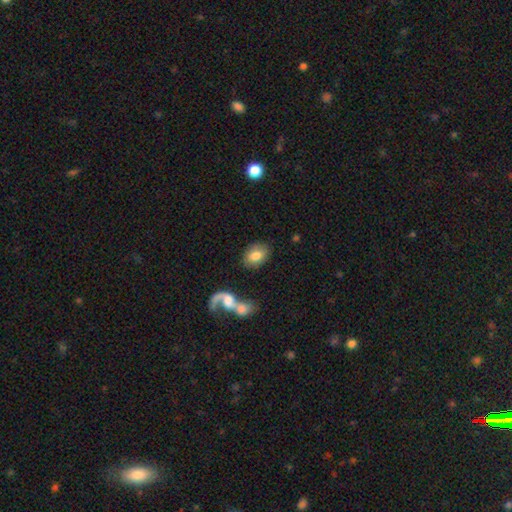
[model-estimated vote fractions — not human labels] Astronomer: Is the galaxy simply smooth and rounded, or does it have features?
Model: smooth — 74%.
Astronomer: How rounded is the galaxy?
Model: in between — 79%.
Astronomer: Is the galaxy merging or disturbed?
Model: none — 70%.